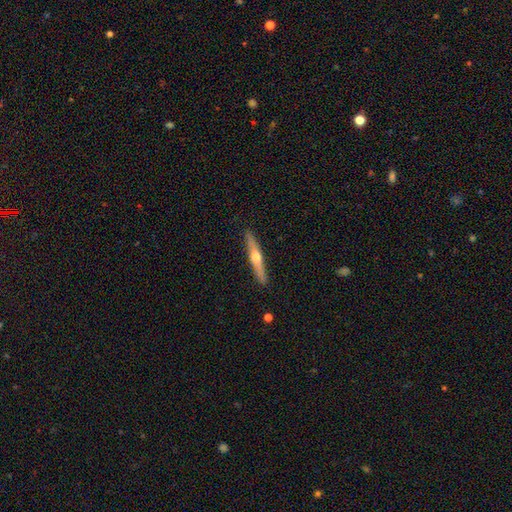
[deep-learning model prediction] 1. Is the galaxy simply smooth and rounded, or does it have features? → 63% featured or disk, 31% smooth, 5% star or artifact.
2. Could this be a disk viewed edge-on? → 96% yes, 4% no.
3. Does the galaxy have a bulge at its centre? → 91% rounded, 6% none, 3% boxy.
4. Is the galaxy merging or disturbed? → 91% none, 7% minor disturbance, 1% major disturbance, 1% merger.